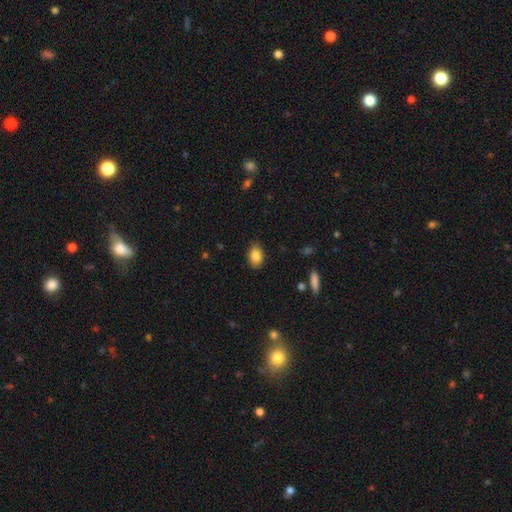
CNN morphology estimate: Smooth or featured? Predicted: smooth (p=0.86). How rounded? Predicted: in between (p=0.86). Merging? Predicted: none (p=0.85).